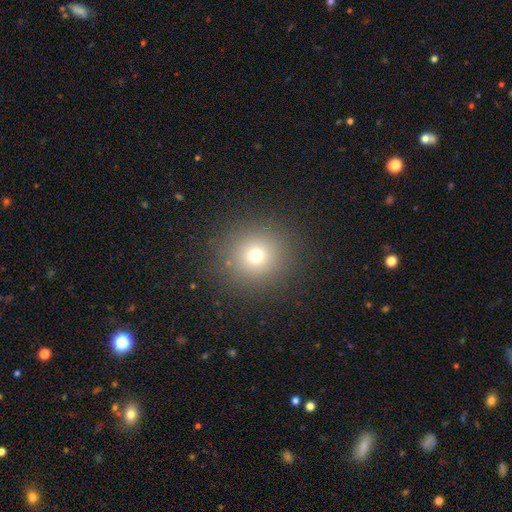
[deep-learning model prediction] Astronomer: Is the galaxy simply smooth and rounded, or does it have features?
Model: smooth — 70%.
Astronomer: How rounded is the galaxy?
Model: round — 91%.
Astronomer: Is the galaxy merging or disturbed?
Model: none — 88%.